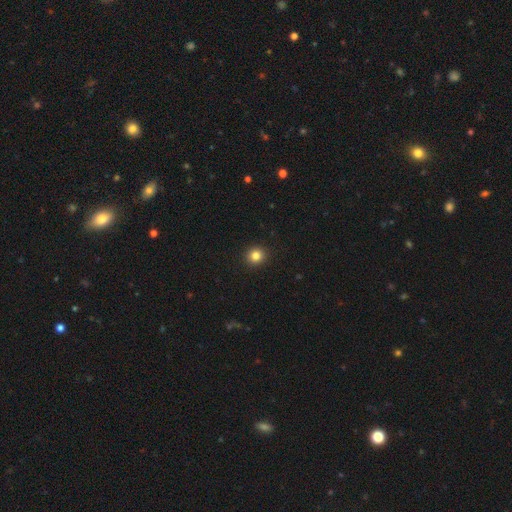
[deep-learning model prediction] Smooth or featured?
  - smooth: 83% *
  - star or artifact: 12%
  - featured or disk: 5%
How rounded?
  - round: 92% *
  - in between: 7%
  - cigar-shaped: 1%
Merging?
  - none: 93% *
  - minor disturbance: 4%
  - major disturbance: 2%
  - merger: 1%